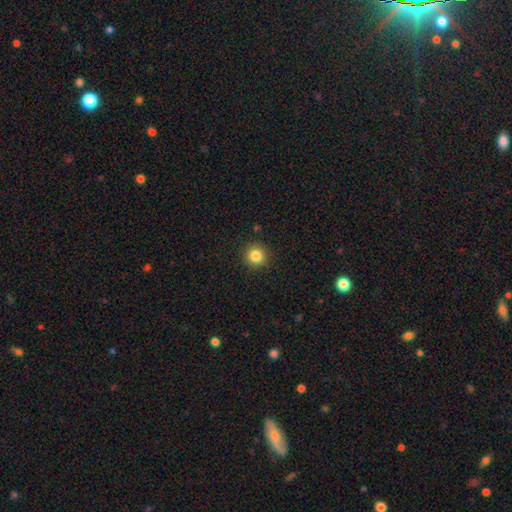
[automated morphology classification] Smooth or featured? Predicted: smooth (p=0.84). How rounded? Predicted: round (p=0.95). Merging? Predicted: none (p=0.92).